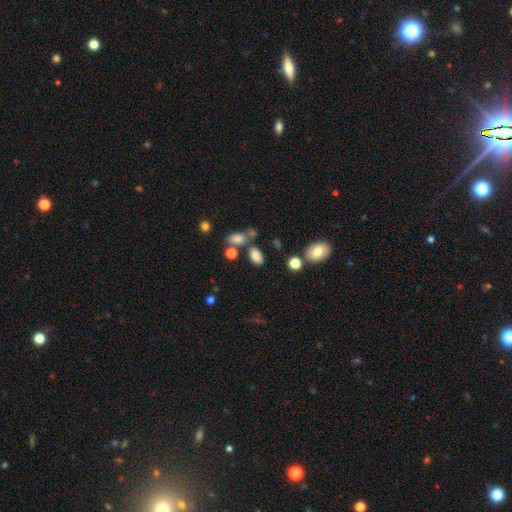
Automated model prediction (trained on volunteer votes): smooth 82%, star or artifact 11%, featured or disk 7%. Down the decision tree: how rounded — in between (90%); merging — none (70%).